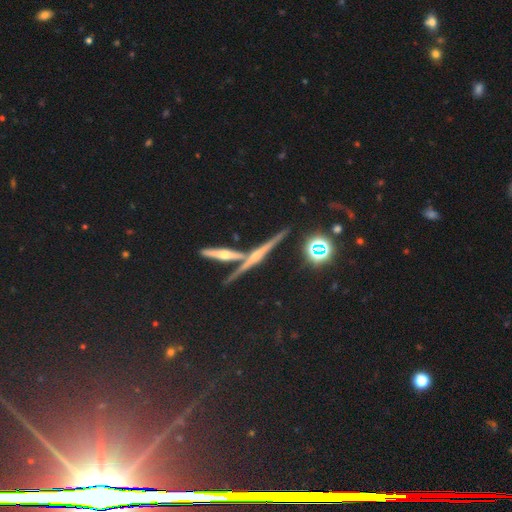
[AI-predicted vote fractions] A featured or disk galaxy (46%). Merging: none (76%).